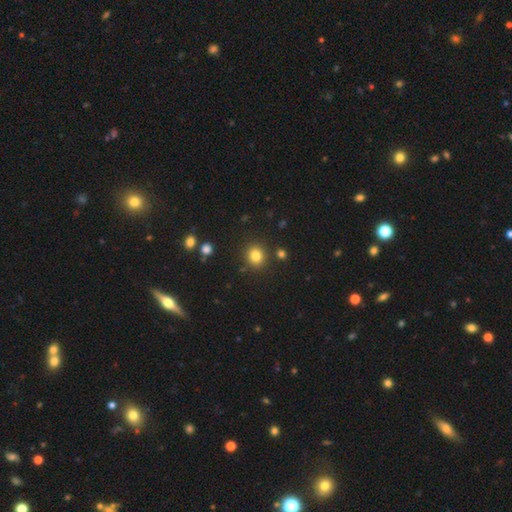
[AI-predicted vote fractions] smooth 82%, star or artifact 12%, featured or disk 6%. Down the decision tree: how rounded — round (78%); merging — none (86%).